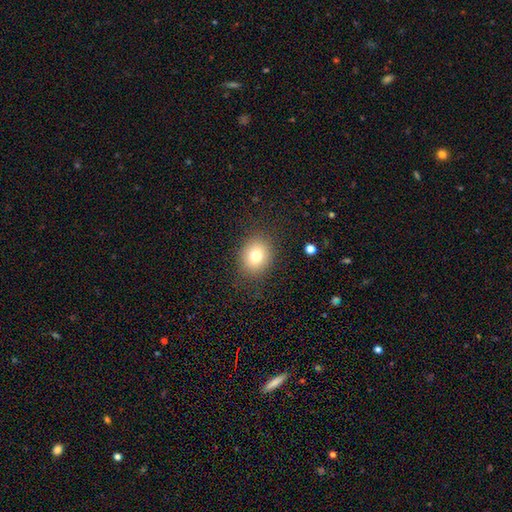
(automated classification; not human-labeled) Smooth or featured? Predicted: smooth (p=0.77). How rounded? Predicted: round (p=0.63). Merging? Predicted: none (p=0.85).